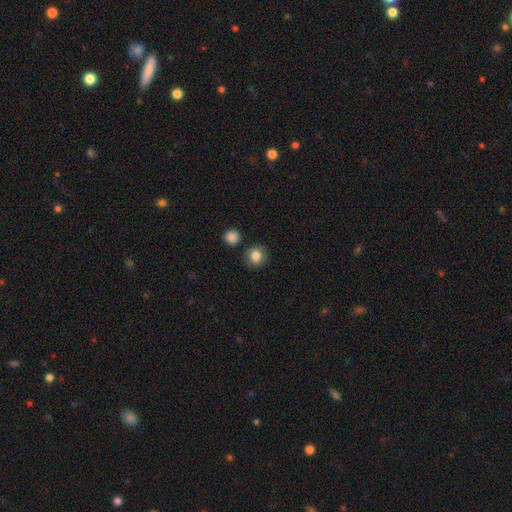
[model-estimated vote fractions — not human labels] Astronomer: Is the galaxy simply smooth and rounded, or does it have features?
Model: smooth — 83%.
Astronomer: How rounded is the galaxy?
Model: round — 84%.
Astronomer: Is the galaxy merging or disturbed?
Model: none — 85%.